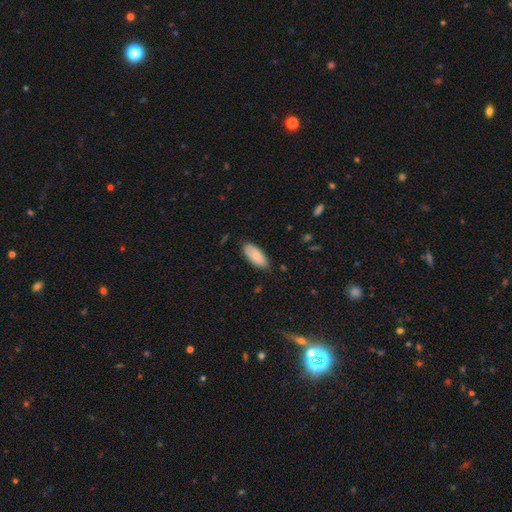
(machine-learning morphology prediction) smooth_or_featured: smooth (p=0.79) [alt: featured or disk p=0.15]
how_rounded: in between (p=0.89) [alt: cigar-shaped p=0.09]
merging: none (p=0.81) [alt: minor disturbance p=0.16]